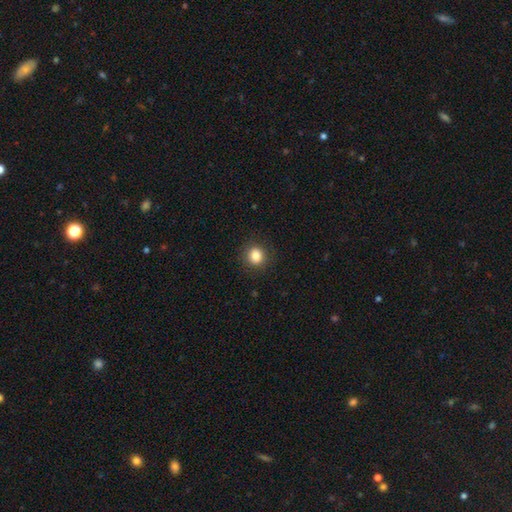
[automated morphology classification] smooth_or_featured: smooth (p=0.85) [alt: star or artifact p=0.10]
how_rounded: round (p=0.88) [alt: in between p=0.11]
merging: none (p=0.89) [alt: minor disturbance p=0.07]